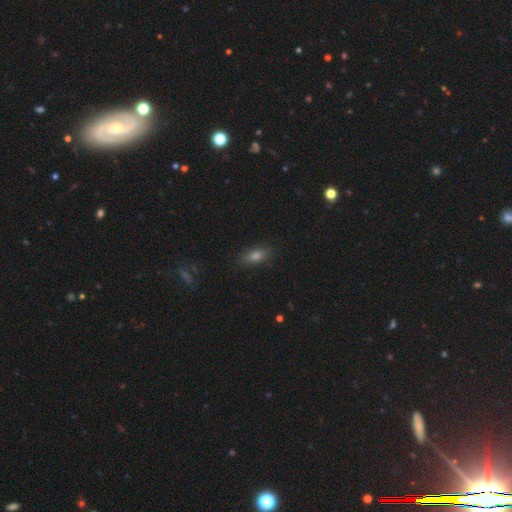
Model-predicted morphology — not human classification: The model was most divided on "smooth or featured": smooth: 76%, star or artifact: 16%, featured or disk: 9%. More confident: merging — none (86%); how rounded — in between (80%).